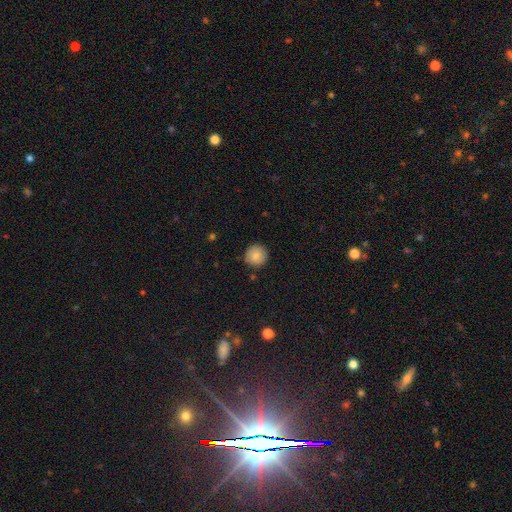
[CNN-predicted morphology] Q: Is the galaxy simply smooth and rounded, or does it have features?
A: smooth — 82%.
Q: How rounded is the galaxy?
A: round — 95%.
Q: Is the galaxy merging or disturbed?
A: none — 88%.